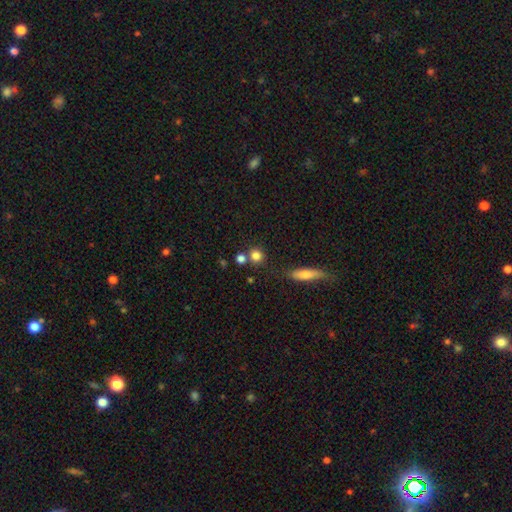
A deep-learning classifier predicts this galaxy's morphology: Smooth or featured? smooth (80%)
How rounded? round (87%)
Merging? none (66%)